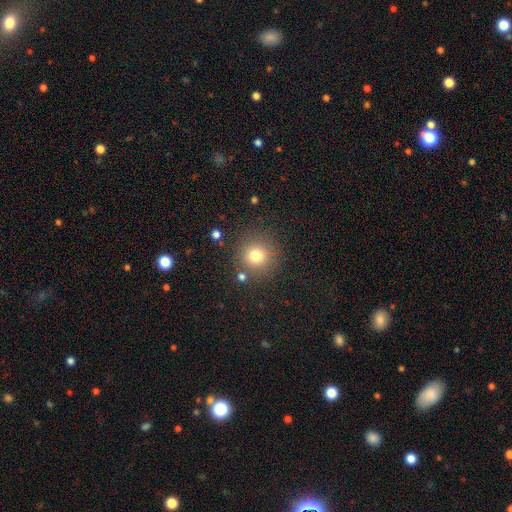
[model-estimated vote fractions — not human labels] This is likely a smooth galaxy (77%). How rounded: clearly round (92%). Merging: clearly none (83%).